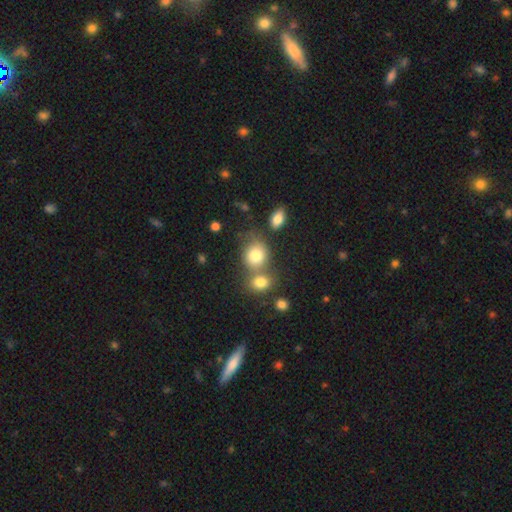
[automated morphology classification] Smooth or featured? smooth (79%)
How rounded? round (63%)
Merging? none (43%)